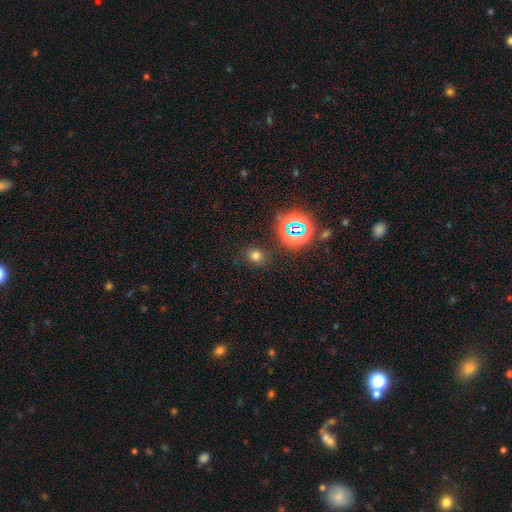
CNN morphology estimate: A smooth galaxy with no disk features (67%) that is round (79%).

Vote fractions:
- Smooth or featured? smooth: 67% / star or artifact: 26% / featured or disk: 7%
- How rounded? round: 79% / in between: 20% / cigar-shaped: 1%
- Merging? none: 86% / minor disturbance: 9% / major disturbance: 3% / merger: 2%